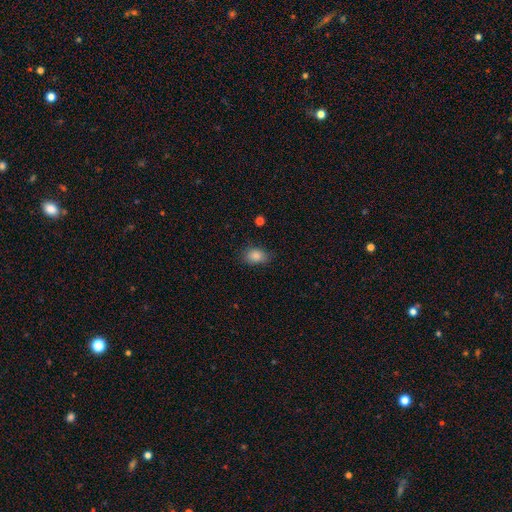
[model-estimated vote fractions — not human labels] Overall: smooth (84%). How rounded: in between (73%). Merging: none (76%).